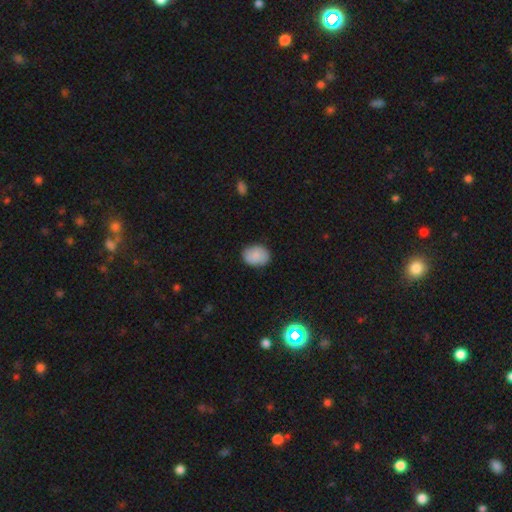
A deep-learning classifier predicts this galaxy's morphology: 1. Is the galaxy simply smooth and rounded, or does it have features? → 85% smooth, 8% star or artifact, 7% featured or disk.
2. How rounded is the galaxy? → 62% in between, 37% round, 1% cigar-shaped.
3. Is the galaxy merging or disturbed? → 85% none, 12% minor disturbance, 2% major disturbance, 1% merger.